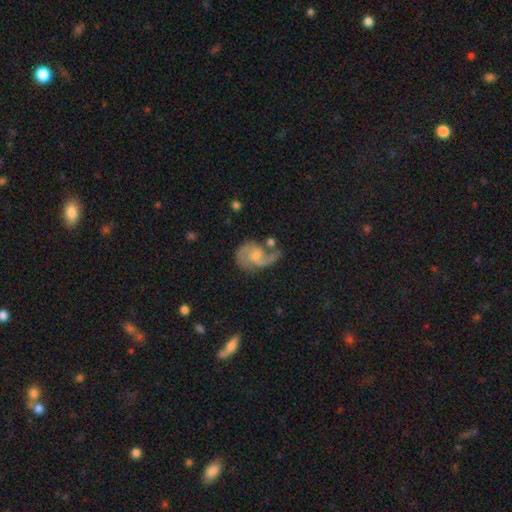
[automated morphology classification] type=featured or disk (82%); edge-on=no (98%); bar=no (58%); spiral arms=yes (95%); winding=medium (50%); arm count=2 (70%); bulge=small (47%); merging=none (40%).